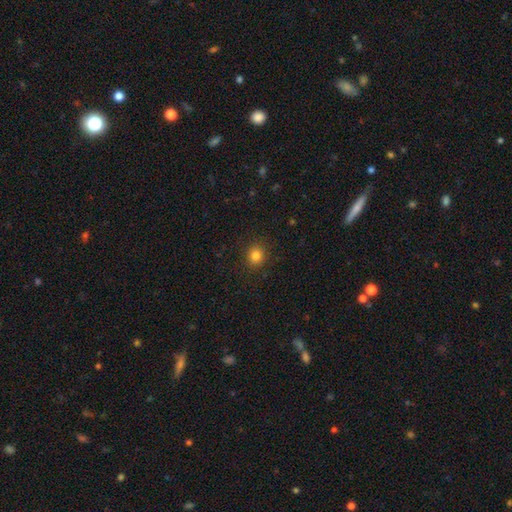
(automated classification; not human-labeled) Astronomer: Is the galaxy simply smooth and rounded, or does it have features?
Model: smooth — 82%.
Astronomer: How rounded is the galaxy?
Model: round — 84%.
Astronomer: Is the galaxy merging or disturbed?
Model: none — 90%.